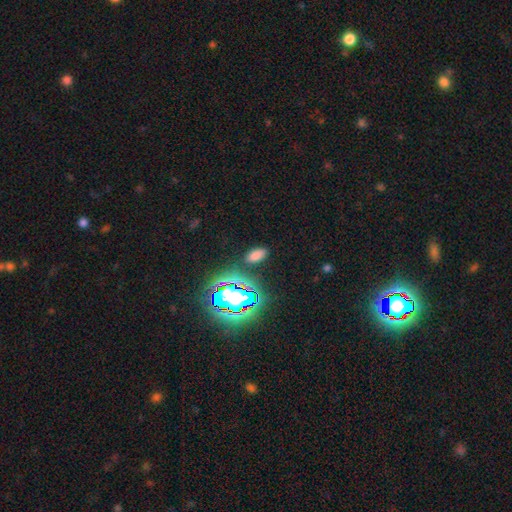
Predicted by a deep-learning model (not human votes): smooth 70%, star or artifact 22%, featured or disk 8%. Down the decision tree: how rounded — in between (90%); merging — none (85%).